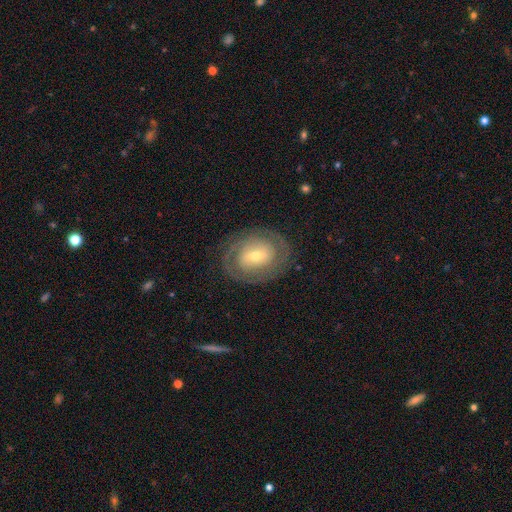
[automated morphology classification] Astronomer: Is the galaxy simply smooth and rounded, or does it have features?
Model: featured or disk — 73%.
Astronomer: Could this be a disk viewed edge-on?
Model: no — 95%.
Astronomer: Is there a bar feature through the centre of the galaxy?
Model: no — 49% (runner-up: weak, 34%).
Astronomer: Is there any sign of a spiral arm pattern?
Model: yes — 76%.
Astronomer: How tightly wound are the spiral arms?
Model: tight — 68%.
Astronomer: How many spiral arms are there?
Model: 2 — 55%.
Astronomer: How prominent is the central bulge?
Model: small — 54% (runner-up: moderate, 41%).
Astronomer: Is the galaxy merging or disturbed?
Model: none — 81%.